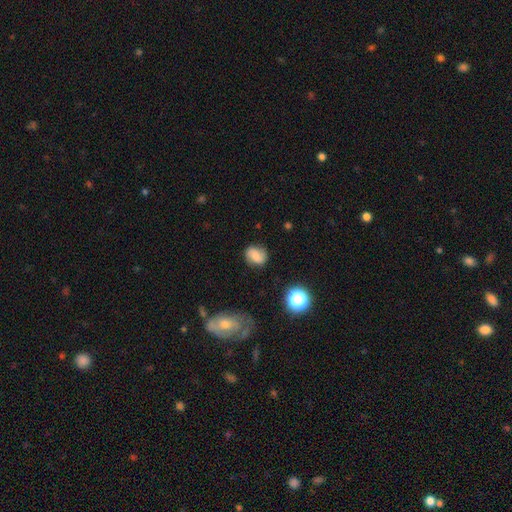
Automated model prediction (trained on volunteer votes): Q: Smooth or featured?
A: smooth (57%); runner-up: featured or disk (31%)
Q: How rounded?
A: in between (50%); runner-up: round (48%)
Q: Merging?
A: none (71%); runner-up: minor disturbance (20%)